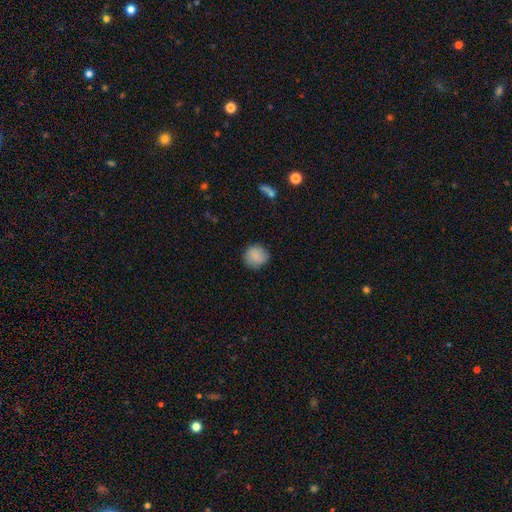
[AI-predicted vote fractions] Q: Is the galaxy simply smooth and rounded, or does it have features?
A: smooth — 87%.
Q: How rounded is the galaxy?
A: round — 91%.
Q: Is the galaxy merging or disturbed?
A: none — 86%.